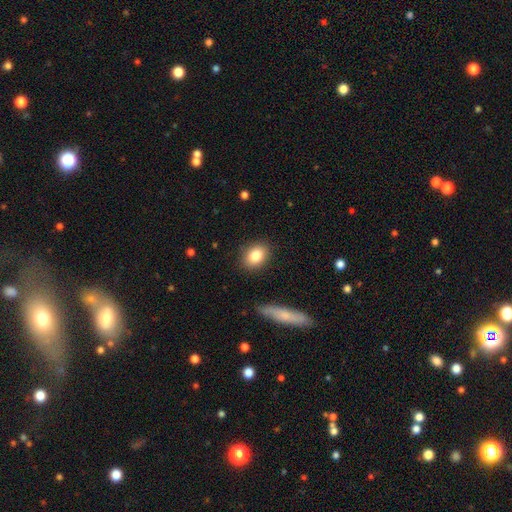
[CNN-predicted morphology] Smooth or featured?
  - smooth: 83% *
  - featured or disk: 8%
  - star or artifact: 8%
How rounded?
  - in between: 59% *
  - round: 39%
  - cigar-shaped: 2%
Merging?
  - none: 87% *
  - minor disturbance: 9%
  - major disturbance: 2%
  - merger: 2%